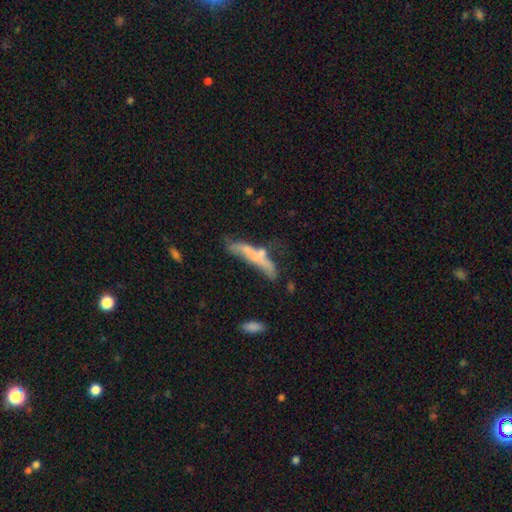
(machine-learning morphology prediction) smooth 50%, featured or disk 41%, star or artifact 9%. Down the decision tree: merging — none (34%).